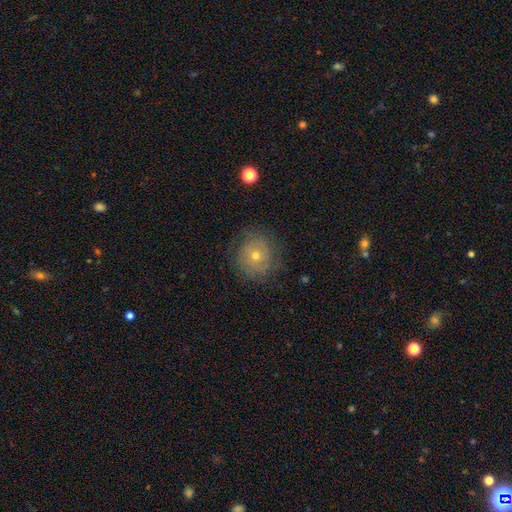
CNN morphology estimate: This is possibly a smooth galaxy (47%). Merging: likely none (78%).